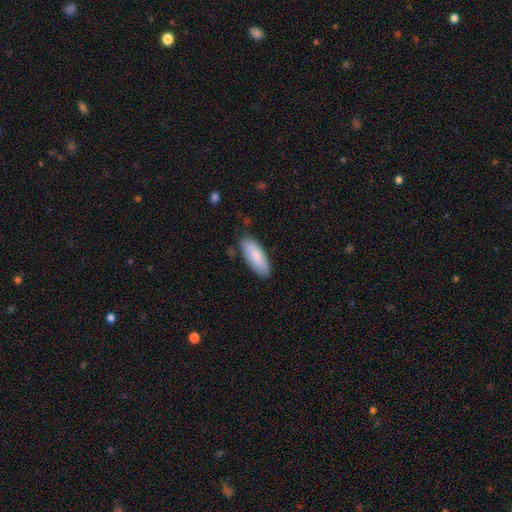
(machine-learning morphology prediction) This is clearly a smooth galaxy (83%). How rounded: likely in between (76%). Merging: clearly none (82%).